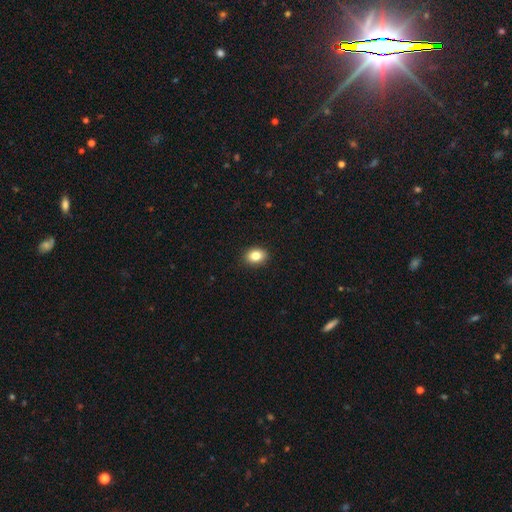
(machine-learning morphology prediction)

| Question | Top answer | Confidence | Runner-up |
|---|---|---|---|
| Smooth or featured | smooth | 84% | star or artifact (9%) |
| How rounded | in between | 67% | round (32%) |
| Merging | none | 90% | minor disturbance (7%) |